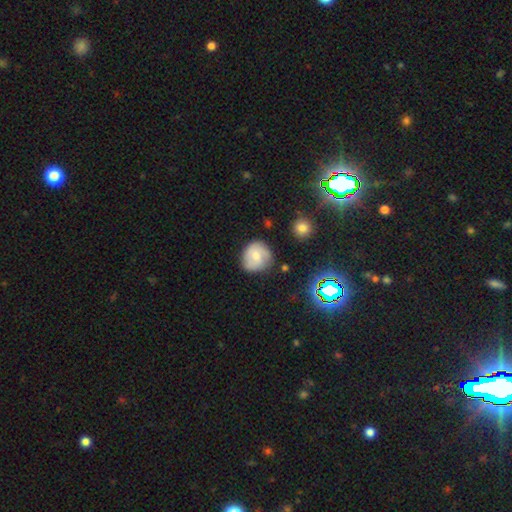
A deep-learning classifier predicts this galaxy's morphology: Overall: smooth (61%; featured or disk 30%). How rounded: round (85%). Merging: none (67%).